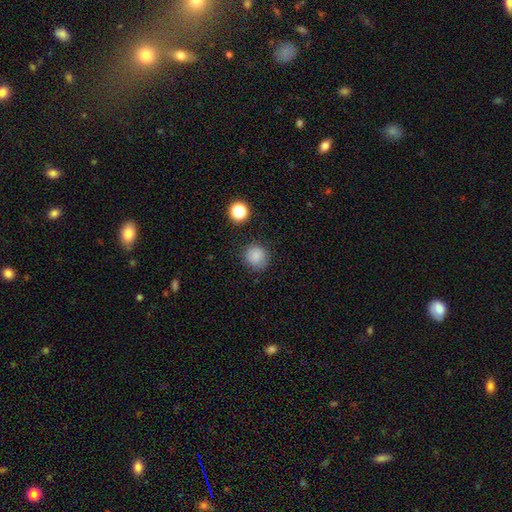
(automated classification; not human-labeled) Overall: smooth (84%). How rounded: round (86%). Merging: none (81%).